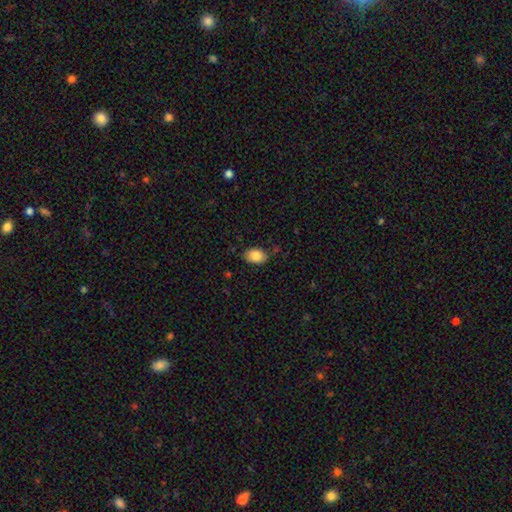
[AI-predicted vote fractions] Smooth or featured: smooth — 85% (star or artifact — 8%)
How rounded: in between — 83% (round — 16%)
Merging: none — 81% (minor disturbance — 15%)